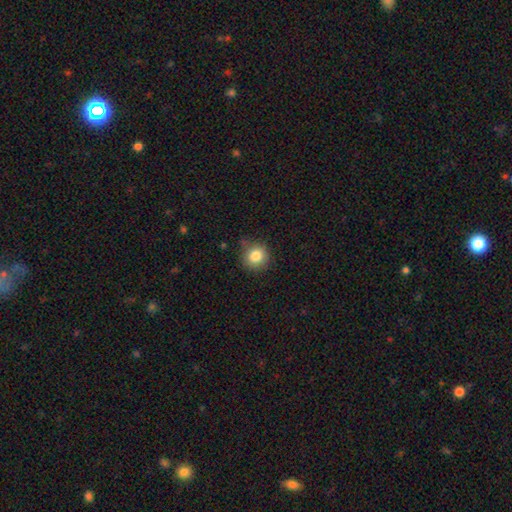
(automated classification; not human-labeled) smooth_or_featured: smooth (p=0.83) [alt: star or artifact p=0.11]
how_rounded: round (p=0.90) [alt: in between p=0.09]
merging: none (p=0.77) [alt: minor disturbance p=0.17]